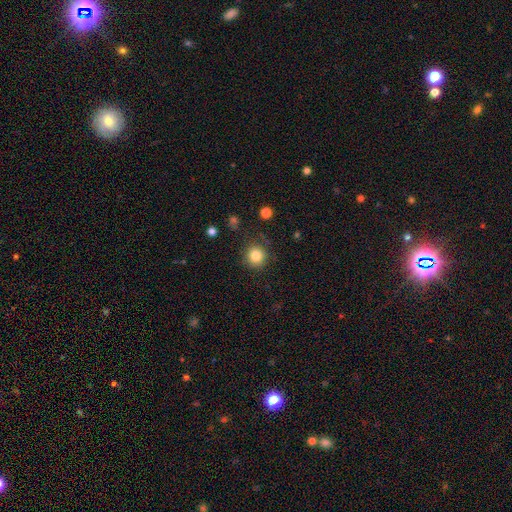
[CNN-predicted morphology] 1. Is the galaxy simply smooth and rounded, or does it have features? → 83% smooth, 11% star or artifact, 6% featured or disk.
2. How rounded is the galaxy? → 92% round, 7% in between, 1% cigar-shaped.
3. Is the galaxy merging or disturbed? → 84% none, 10% minor disturbance, 3% major disturbance, 2% merger.